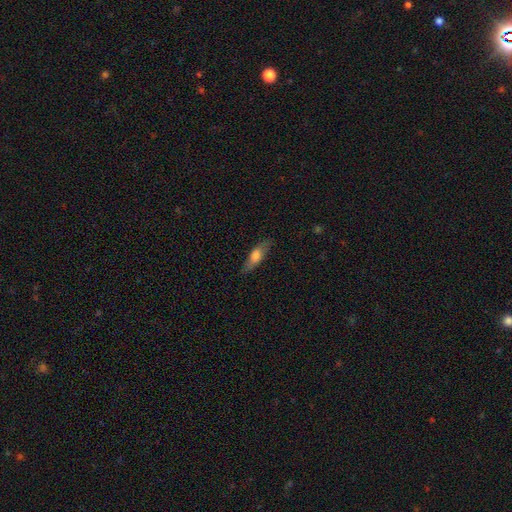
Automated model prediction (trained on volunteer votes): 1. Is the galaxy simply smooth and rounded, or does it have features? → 64% smooth, 30% featured or disk, 7% star or artifact.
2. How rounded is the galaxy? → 49% cigar-shaped, 48% in between, 3% round.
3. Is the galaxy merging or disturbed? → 80% none, 15% minor disturbance, 3% major disturbance, 1% merger.